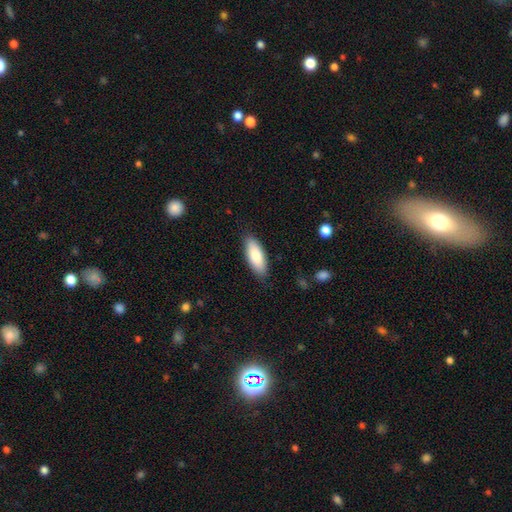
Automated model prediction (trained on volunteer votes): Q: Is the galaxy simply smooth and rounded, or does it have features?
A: smooth — 83%.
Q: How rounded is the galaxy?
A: in between — 73%.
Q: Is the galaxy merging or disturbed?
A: none — 85%.